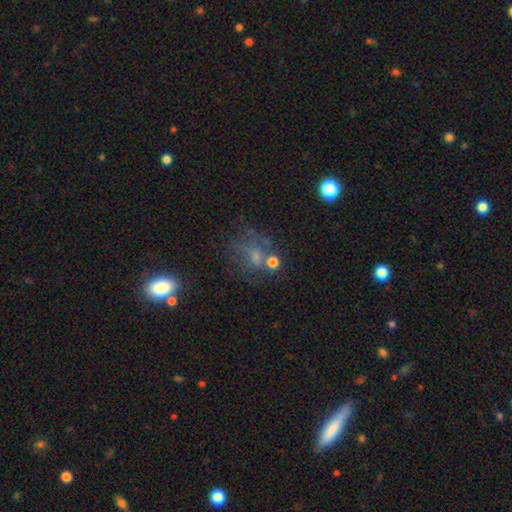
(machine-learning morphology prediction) Smooth or featured? smooth (43%)
Merging? none (46%)